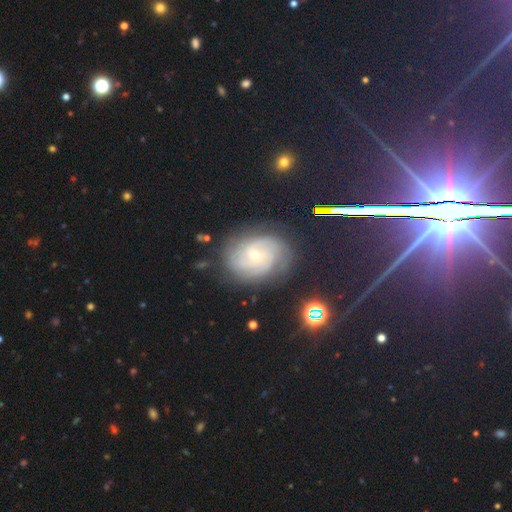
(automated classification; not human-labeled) Smooth or featured? featured or disk (77%)
Edge-on disk? no (97%)
Bar? no (67%)
Spiral arms? yes (94%)
Spiral winding? tight (63%)
Spiral arm count? can't tell (35%)
Bulge size? small (71%)
Merging? none (73%)